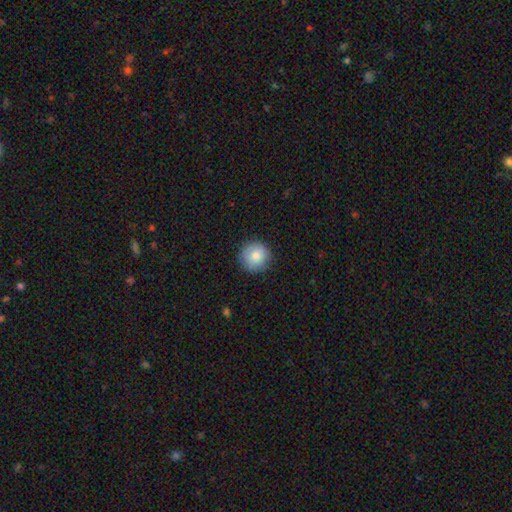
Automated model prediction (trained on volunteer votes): Q: Smooth or featured?
A: smooth (83%); runner-up: featured or disk (10%)
Q: How rounded?
A: round (95%); runner-up: in between (4%)
Q: Merging?
A: none (87%); runner-up: minor disturbance (10%)